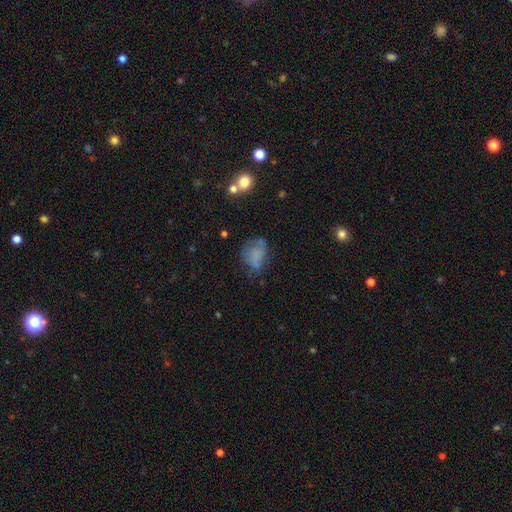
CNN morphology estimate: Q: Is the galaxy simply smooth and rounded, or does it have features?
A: smooth — 61%.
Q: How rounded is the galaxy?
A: in between — 64%.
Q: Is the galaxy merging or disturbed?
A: none — 41%.